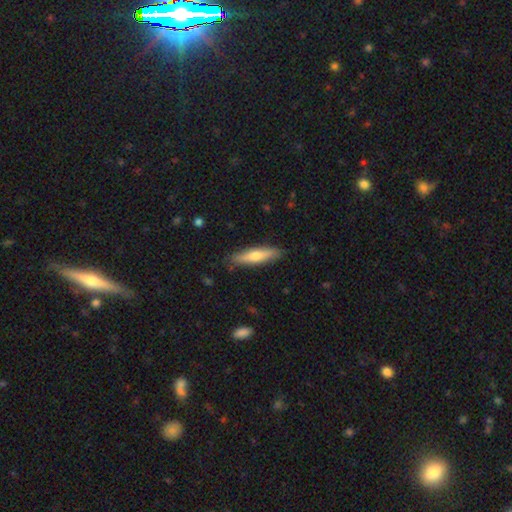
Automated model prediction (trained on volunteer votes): This appears to be a smooth galaxy with no disk features (59%) that is cigar-shaped (77%). Merging: none (85%).